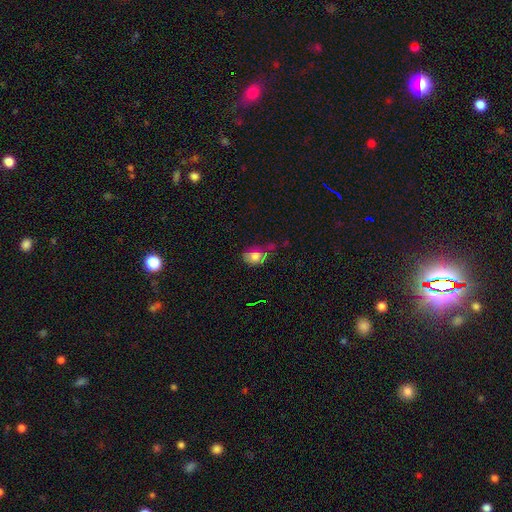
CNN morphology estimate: Smooth or featured? Predicted: smooth (p=0.63). How rounded? Predicted: in between (p=0.68). Merging? Predicted: none (p=0.42).